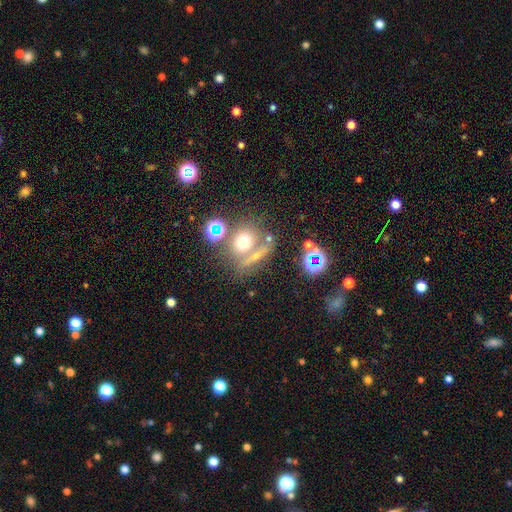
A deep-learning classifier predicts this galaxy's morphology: Overall: smooth (45%; star or artifact 33%). Merging: none (58%; merger 23%).